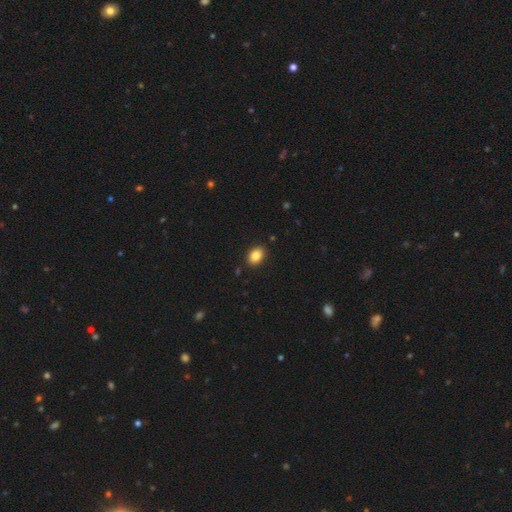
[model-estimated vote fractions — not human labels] This appears to be a smooth galaxy with no disk features (85%) that is in between round and cigar-shaped (80%). Merging: none (88%).